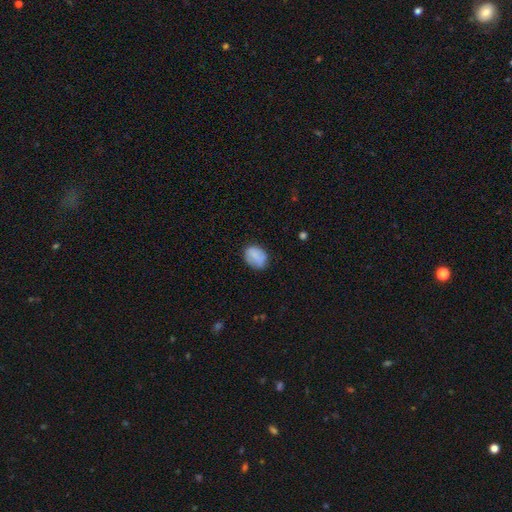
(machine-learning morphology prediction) The model was most divided on "how rounded": in between: 68%, round: 31%, cigar-shaped: 1%. More confident: smooth or featured — smooth (82%); merging — none (74%).